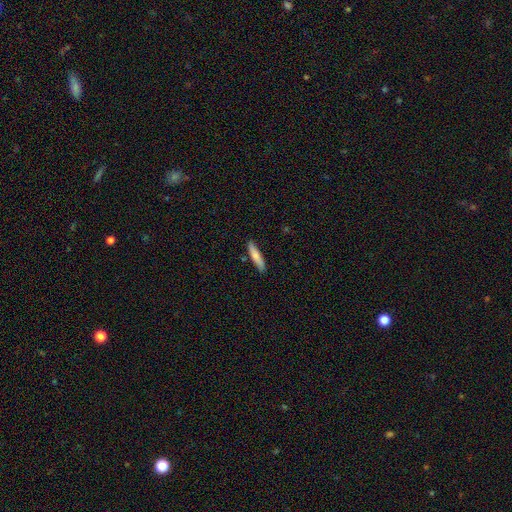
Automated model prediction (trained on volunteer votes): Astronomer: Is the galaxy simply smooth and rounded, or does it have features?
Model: smooth — 73%.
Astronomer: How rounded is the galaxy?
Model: cigar-shaped — 86%.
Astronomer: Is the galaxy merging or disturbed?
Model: none — 87%.